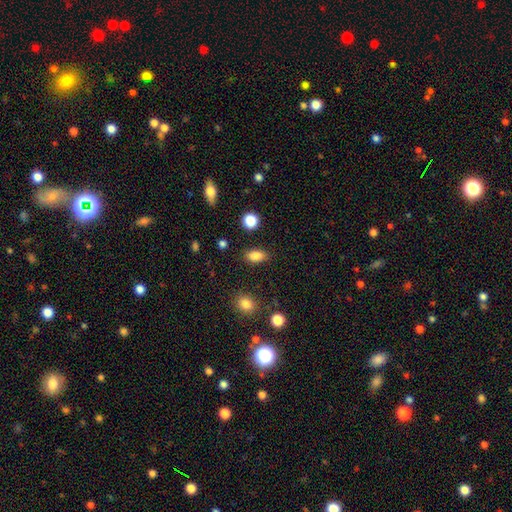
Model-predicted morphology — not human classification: Smooth or featured?
  - smooth: 85% *
  - star or artifact: 9%
  - featured or disk: 5%
How rounded?
  - in between: 87% *
  - round: 9%
  - cigar-shaped: 4%
Merging?
  - none: 85% *
  - minor disturbance: 10%
  - major disturbance: 3%
  - merger: 2%